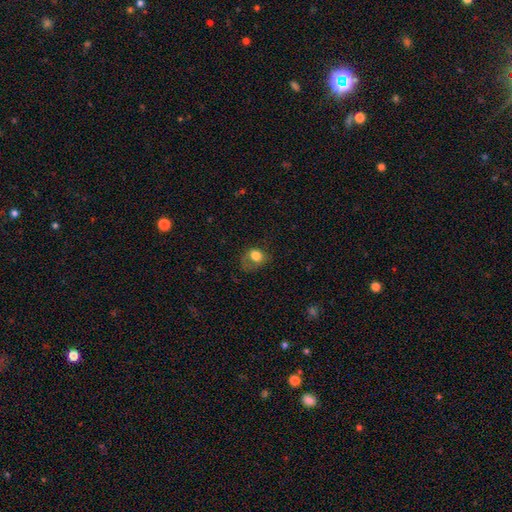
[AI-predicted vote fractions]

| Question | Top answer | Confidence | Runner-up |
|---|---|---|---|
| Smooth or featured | smooth | 76% | featured or disk (14%) |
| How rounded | round | 59% | in between (40%) |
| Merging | none | 38% | major disturbance (32%) |